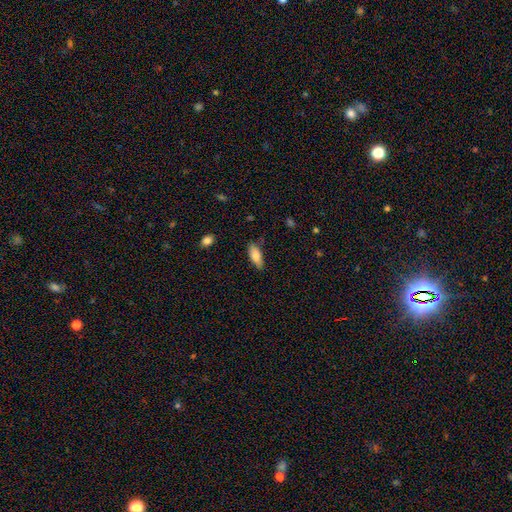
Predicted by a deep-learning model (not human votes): A smooth galaxy with no disk features (81%) that is in between round and cigar-shaped (73%).

Vote fractions:
- Smooth or featured? smooth: 81% / featured or disk: 12% / star or artifact: 6%
- How rounded? in between: 73% / cigar-shaped: 25% / round: 2%
- Merging? none: 78% / minor disturbance: 17% / major disturbance: 3% / merger: 2%